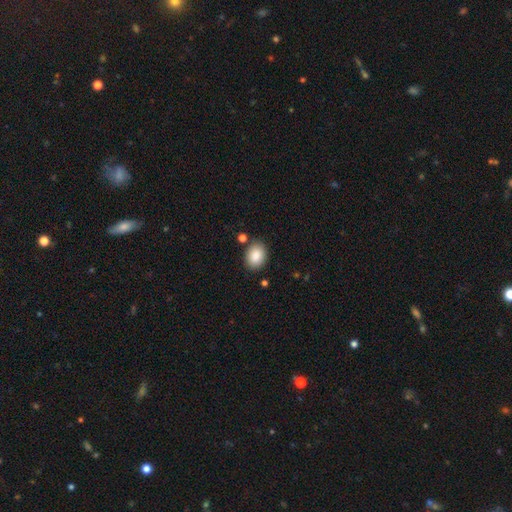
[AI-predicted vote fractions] This is clearly a smooth galaxy (87%). How rounded: likely in between (71%). Merging: clearly none (84%).